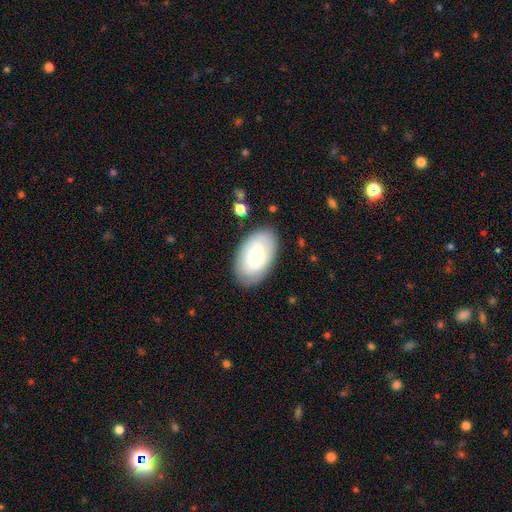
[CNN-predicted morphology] Overall: smooth (58%; featured or disk 35%). How rounded: in between (94%). Merging: none (83%).